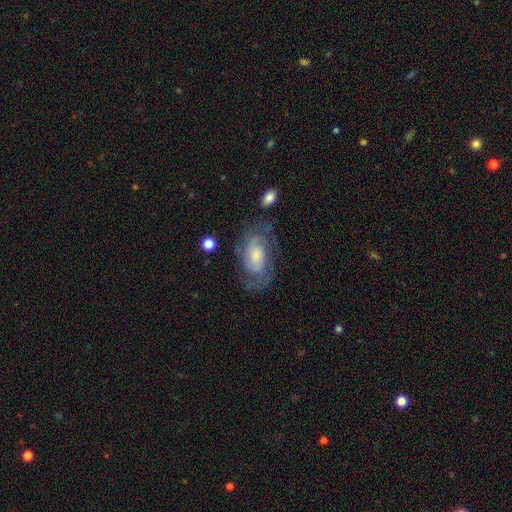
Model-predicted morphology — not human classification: Overall: featured or disk (73%). Edge-on disk: no (96%). Bar: no (65%; weak 29%). Spiral arms: yes (89%). Spiral arm count: 2 (47%; can't tell 30%). Spiral winding: tight (44%; medium 42%). Bulge size: small (37%; moderate 34%). Merging: none (66%).